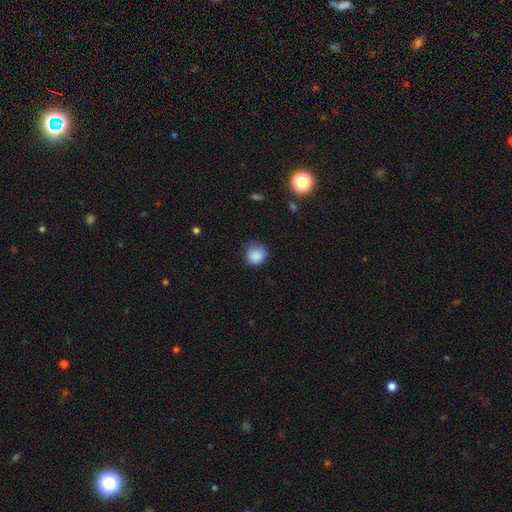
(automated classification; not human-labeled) smooth_or_featured: smooth (p=0.87) [alt: star or artifact p=0.09]
how_rounded: round (p=0.84) [alt: in between p=0.15]
merging: none (p=0.71) [alt: minor disturbance p=0.22]